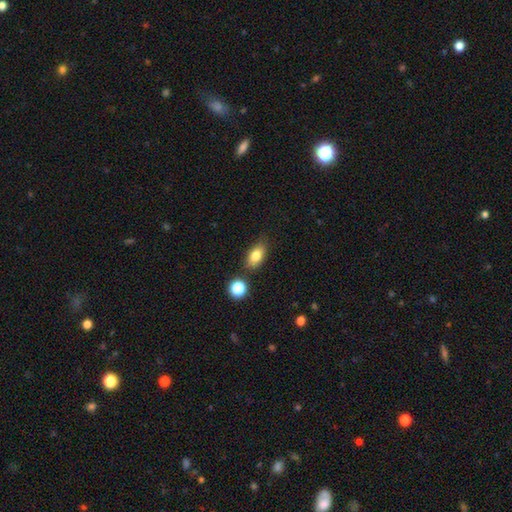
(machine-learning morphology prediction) Smooth or featured?
  - smooth: 81% *
  - featured or disk: 10%
  - star or artifact: 9%
How rounded?
  - in between: 85% *
  - round: 10%
  - cigar-shaped: 5%
Merging?
  - none: 77% *
  - minor disturbance: 13%
  - merger: 7%
  - major disturbance: 3%